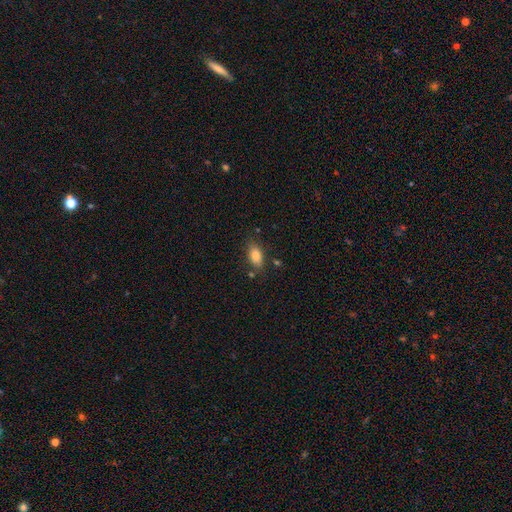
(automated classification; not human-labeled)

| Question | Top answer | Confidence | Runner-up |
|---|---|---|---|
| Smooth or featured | smooth | 85% | star or artifact (8%) |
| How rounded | in between | 89% | round (7%) |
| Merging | none | 76% | minor disturbance (15%) |